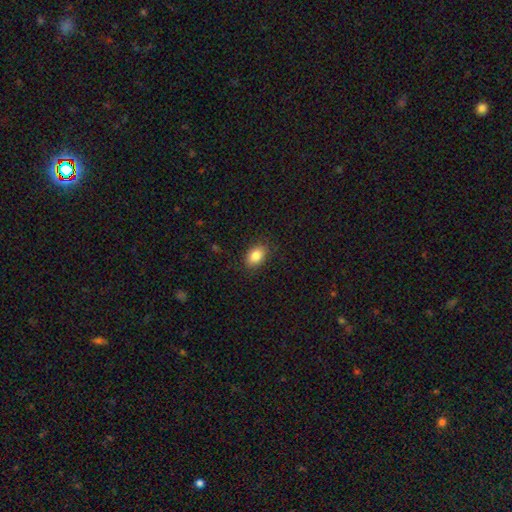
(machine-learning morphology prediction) Smooth or featured? Predicted: smooth (p=0.85). How rounded? Predicted: in between (p=0.82). Merging? Predicted: none (p=0.87).